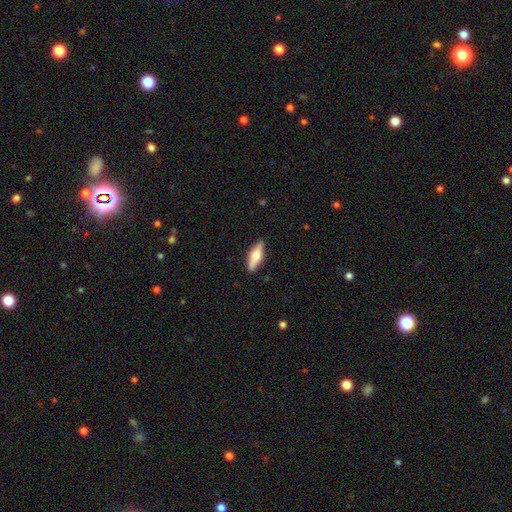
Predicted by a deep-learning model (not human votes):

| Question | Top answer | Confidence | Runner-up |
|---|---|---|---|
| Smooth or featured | featured or disk | 53% | smooth (41%) |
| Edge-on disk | yes | 93% | no (7%) |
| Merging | none | 87% | minor disturbance (10%) |